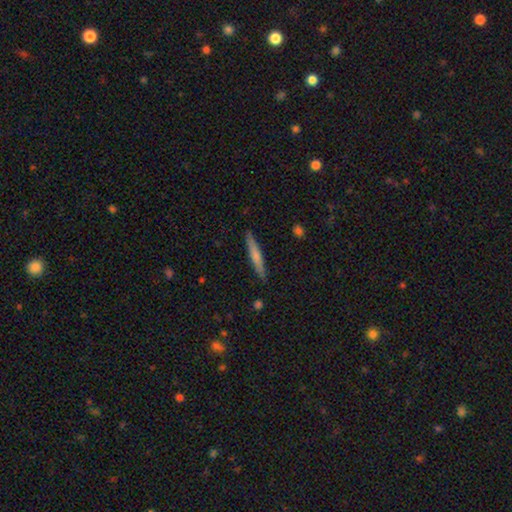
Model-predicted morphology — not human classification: This is likely a smooth galaxy (61%). How rounded: clearly cigar-shaped (94%). Merging: clearly none (89%).